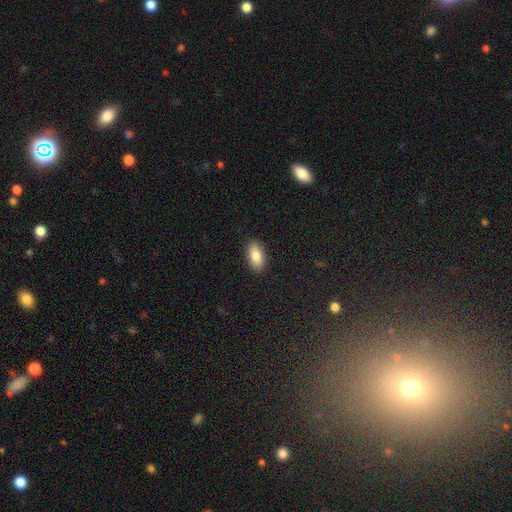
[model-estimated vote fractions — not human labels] Smooth or featured? smooth (86%)
How rounded? in between (92%)
Merging? none (90%)